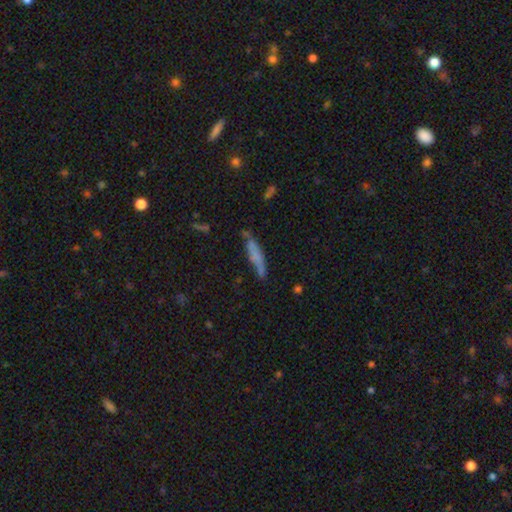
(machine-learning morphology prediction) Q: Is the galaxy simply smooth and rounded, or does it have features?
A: smooth — 64%.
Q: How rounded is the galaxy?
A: cigar-shaped — 86%.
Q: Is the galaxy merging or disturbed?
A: none — 62%.